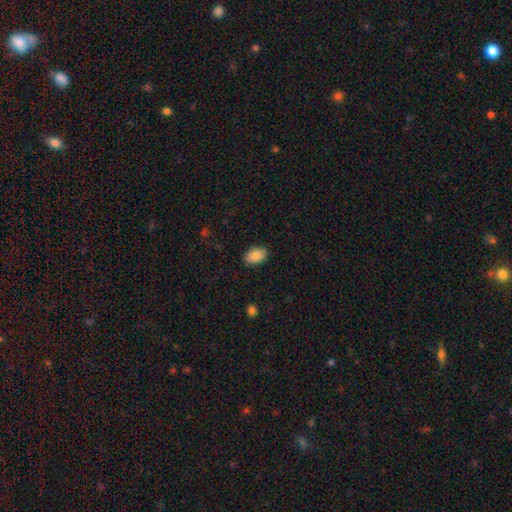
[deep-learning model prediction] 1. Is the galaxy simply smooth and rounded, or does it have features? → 88% smooth, 7% star or artifact, 5% featured or disk.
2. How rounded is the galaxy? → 88% in between, 11% round, 1% cigar-shaped.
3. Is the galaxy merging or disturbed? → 87% none, 10% minor disturbance, 2% major disturbance, 1% merger.